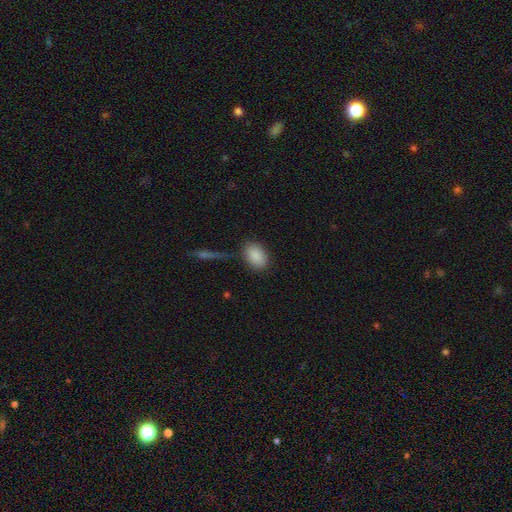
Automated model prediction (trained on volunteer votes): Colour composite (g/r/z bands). It shows a smooth galaxy with no disk features (88%) that is in between round and cigar-shaped (83%). Merging: none (78%).